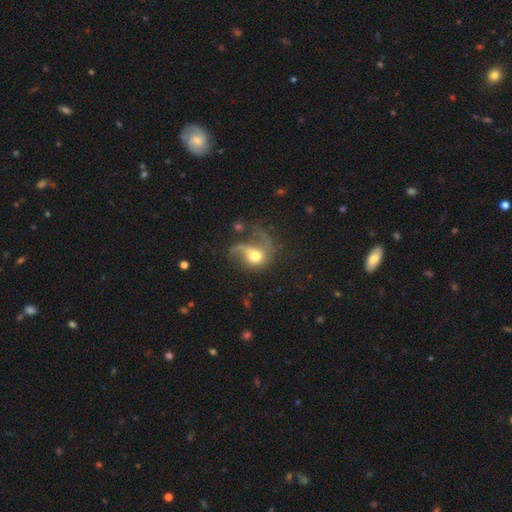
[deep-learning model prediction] The model was most divided on "smooth or featured": featured or disk: 51%, smooth: 38%, star or artifact: 11%. Remaining: edge-on disk — no (97%); merging — major disturbance (49%).